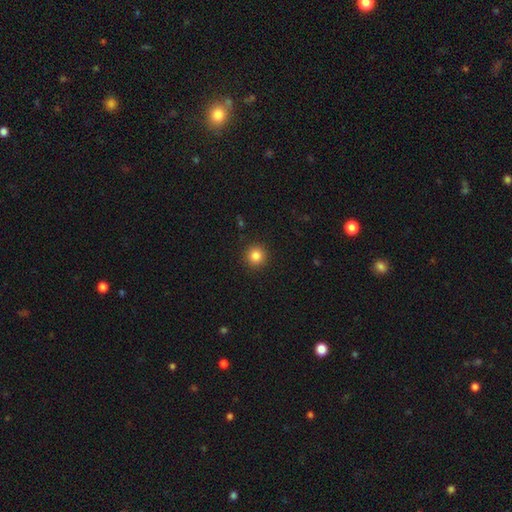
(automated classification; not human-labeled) Smooth or featured? smooth (85%)
How rounded? round (94%)
Merging? none (91%)